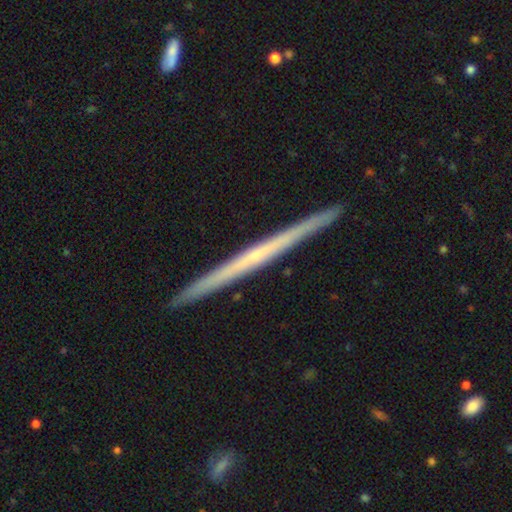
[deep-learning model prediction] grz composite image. It shows a featured or disk galaxy (70%) viewed edge-on (98%) with no central bulge (77%). Merging: none (93%).